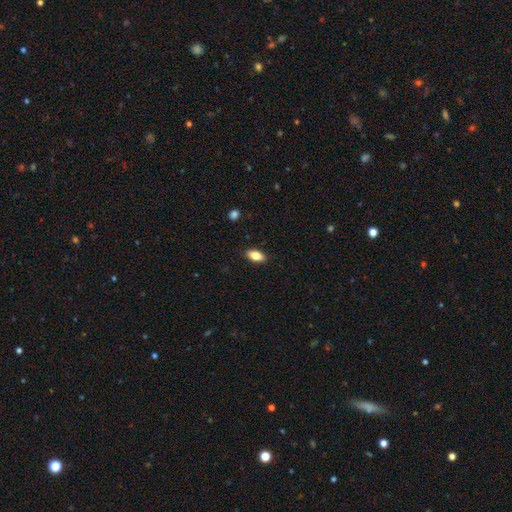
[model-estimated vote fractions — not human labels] Morphology: type=smooth (82%); roundness=in between (89%); merging=none (89%).